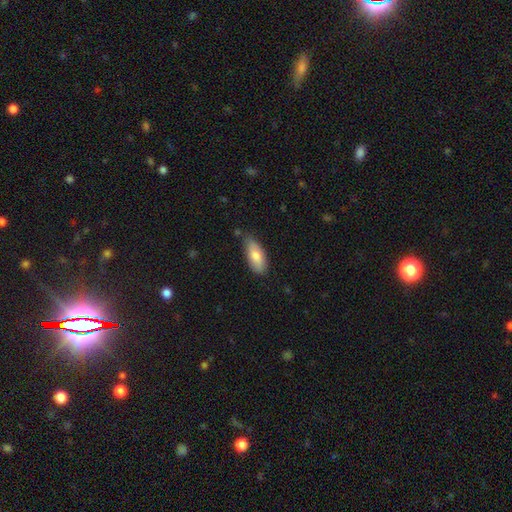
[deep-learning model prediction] Overall: smooth (80%). How rounded: in between (83%). Merging: none (73%).